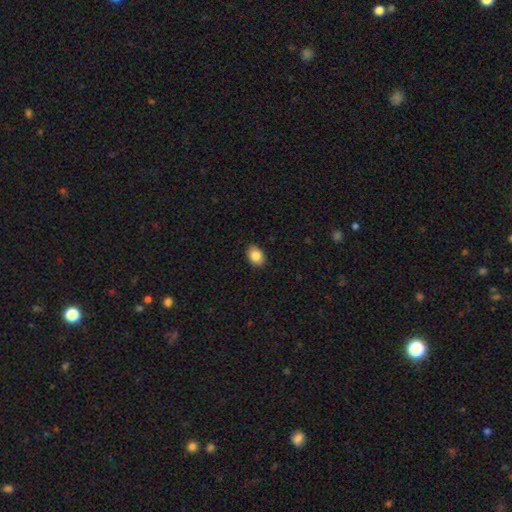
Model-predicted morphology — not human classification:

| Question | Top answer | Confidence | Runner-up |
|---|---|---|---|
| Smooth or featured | smooth | 87% | star or artifact (8%) |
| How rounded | in between | 78% | round (20%) |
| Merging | none | 88% | minor disturbance (9%) |